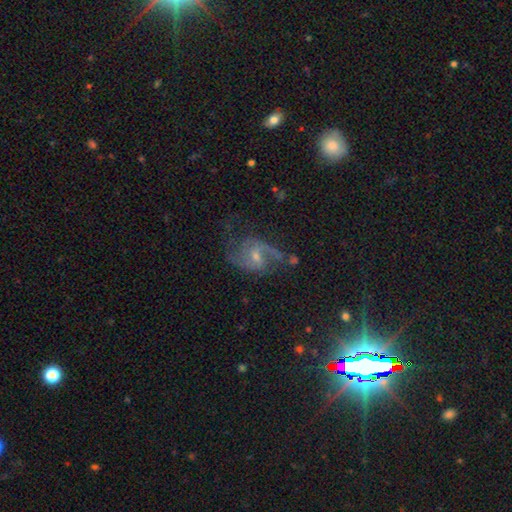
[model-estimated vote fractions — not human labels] Q: Smooth or featured?
A: featured or disk (81%); runner-up: smooth (11%)
Q: Edge-on disk?
A: no (97%); runner-up: yes (3%)
Q: Bar?
A: weak (51%); runner-up: no (37%)
Q: Spiral arms?
A: yes (93%); runner-up: no (7%)
Q: Spiral winding?
A: loose (44%); runner-up: medium (43%)
Q: Spiral arm count?
A: 2 (72%); runner-up: can't tell (10%)
Q: Bulge size?
A: small (56%); runner-up: moderate (37%)
Q: Merging?
A: none (51%); runner-up: minor disturbance (23%)